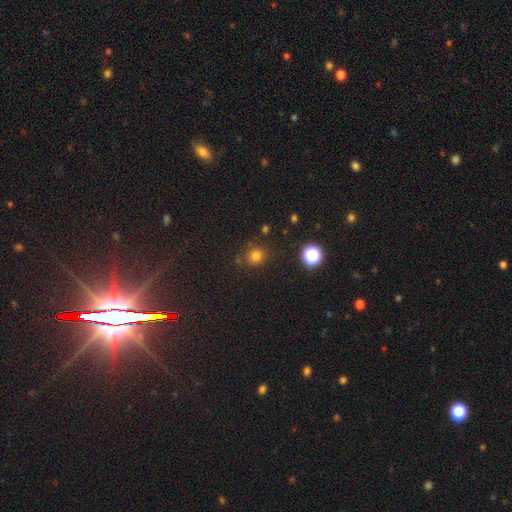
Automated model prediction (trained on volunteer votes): smooth_or_featured: smooth (p=0.75) [alt: star or artifact p=0.19]
how_rounded: round (p=0.85) [alt: in between p=0.14]
merging: none (p=0.81) [alt: minor disturbance p=0.11]